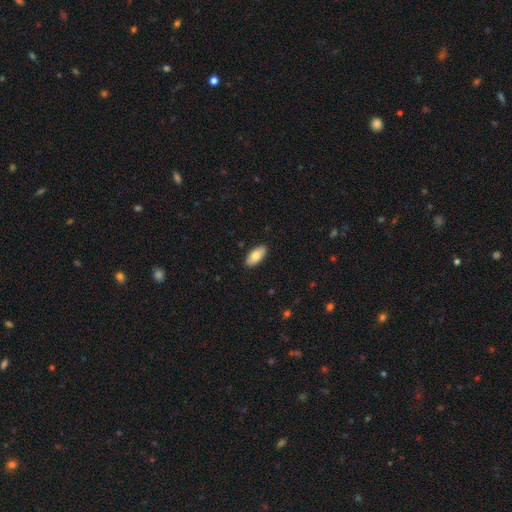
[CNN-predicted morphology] A smooth galaxy with no disk features (77%) that is in between round and cigar-shaped (91%).

Vote fractions:
- Smooth or featured? smooth: 77% / featured or disk: 17% / star or artifact: 6%
- How rounded? in between: 91% / cigar-shaped: 7% / round: 2%
- Merging? none: 90% / minor disturbance: 8% / major disturbance: 2% / merger: 1%